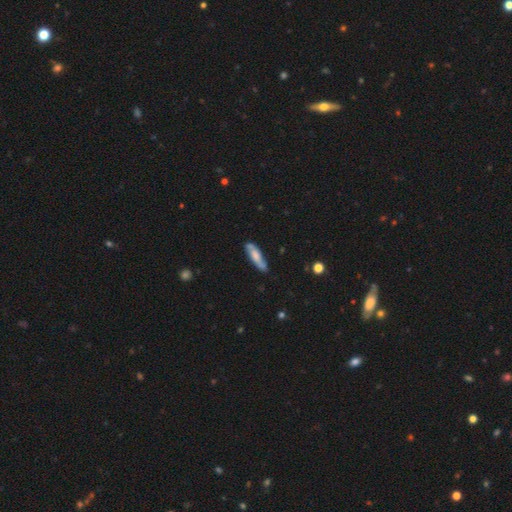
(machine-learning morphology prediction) smooth 53%, featured or disk 41%, star or artifact 6%. Down the decision tree: how rounded — cigar-shaped (69%); merging — none (75%).